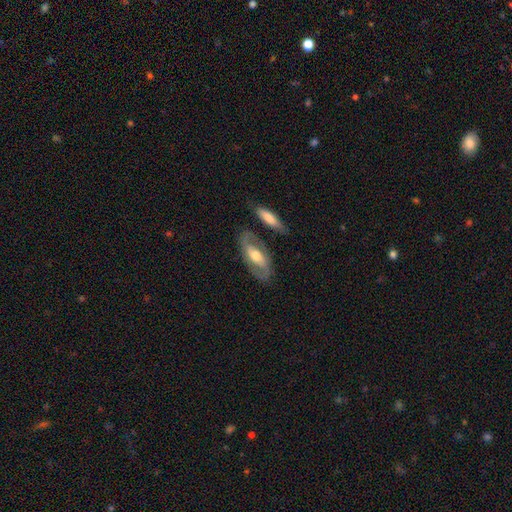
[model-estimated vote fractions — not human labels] This is likely a featured or disk galaxy (70%). It is clearly not viewed edge-on (87%). Bar: marginally weak (35%). Spiral arm pattern: likely yes (79%). Central bulge: likely moderate (69%). Merging: likely none (74%).